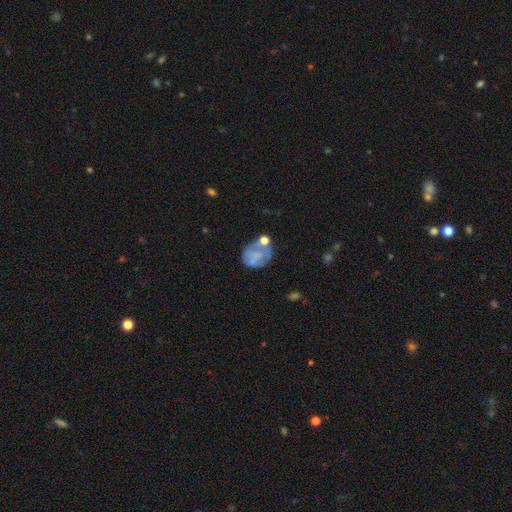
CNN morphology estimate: Smooth or featured? smooth (45%, tied with featured or disk)
Merging? none (40%)